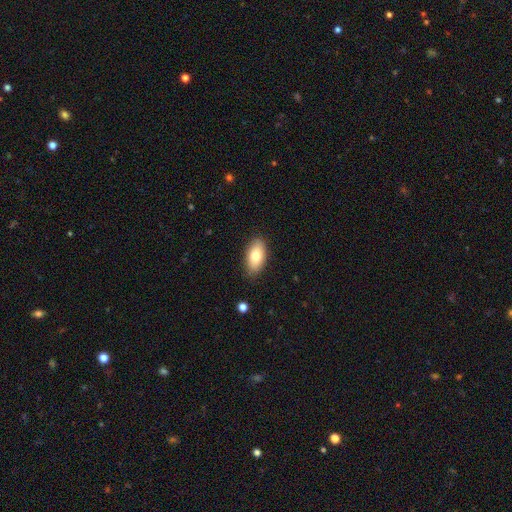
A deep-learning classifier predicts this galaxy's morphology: Smooth or featured? Predicted: smooth (p=0.78). How rounded? Predicted: in between (p=0.92). Merging? Predicted: none (p=0.86).